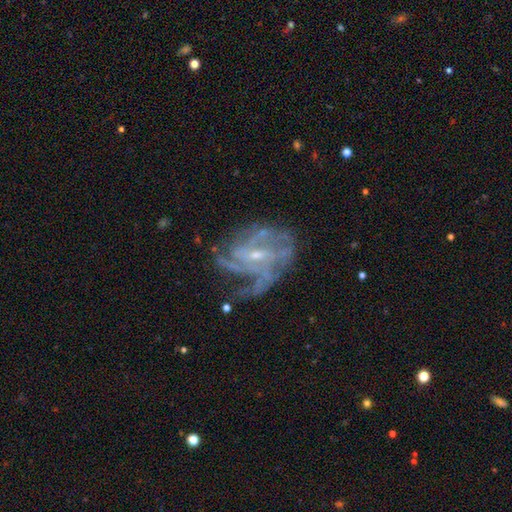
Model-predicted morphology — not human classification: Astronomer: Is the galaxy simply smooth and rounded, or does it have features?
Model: featured or disk — 86%.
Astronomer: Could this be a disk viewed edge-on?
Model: no — 97%.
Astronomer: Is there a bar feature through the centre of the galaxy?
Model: weak — 49% (runner-up: no, 35%).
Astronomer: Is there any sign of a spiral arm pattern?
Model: yes — 93%.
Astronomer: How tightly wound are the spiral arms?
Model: medium — 44% (runner-up: tight, 38%).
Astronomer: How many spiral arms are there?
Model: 4 — 28% (runner-up: can't tell, 25%).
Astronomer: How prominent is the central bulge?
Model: small — 69%.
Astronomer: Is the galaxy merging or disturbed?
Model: none — 52%.